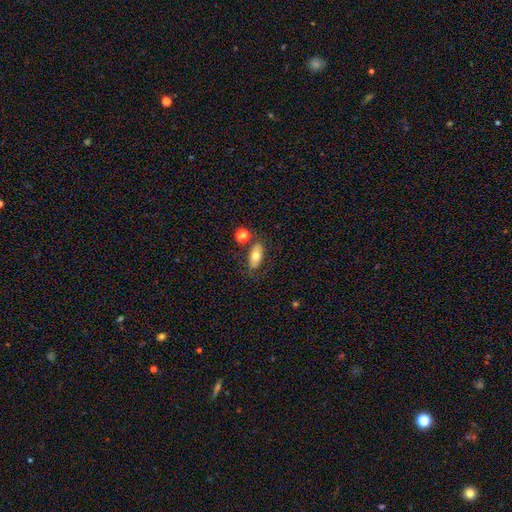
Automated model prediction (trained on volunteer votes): A smooth galaxy with no disk features (71%) that is in between round and cigar-shaped (85%). Merging: none (70%).